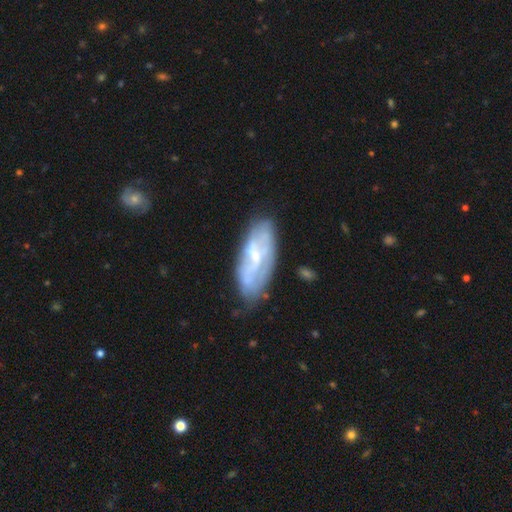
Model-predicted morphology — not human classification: Smooth or featured? featured or disk (65%)
Edge-on disk? no (89%)
Bar? no (45%)
Spiral arms? yes (64%)
Bulge size? small (60%)
Merging? none (64%)